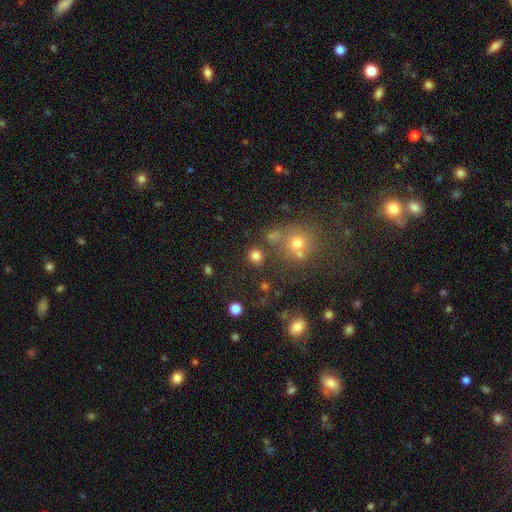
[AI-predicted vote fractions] Smooth or featured? smooth (78%)
How rounded? round (87%)
Merging? none (79%)